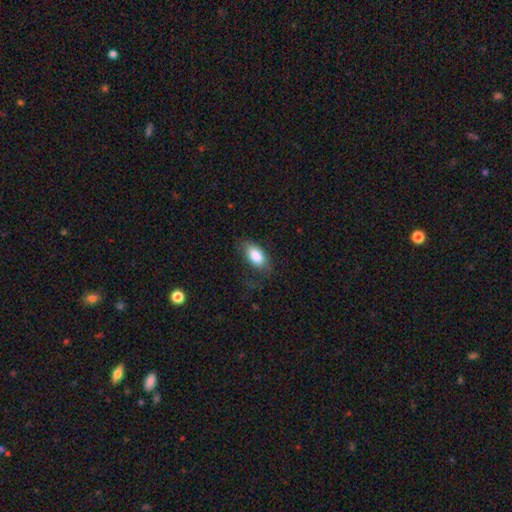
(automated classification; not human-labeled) Smooth or featured? smooth (83%)
How rounded? in between (91%)
Merging? none (64%)